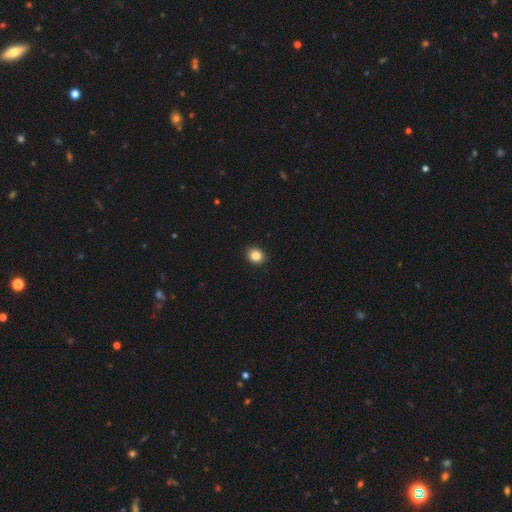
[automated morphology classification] Smooth or featured?
  - smooth: 86% *
  - star or artifact: 10%
  - featured or disk: 4%
How rounded?
  - round: 74% *
  - in between: 25%
  - cigar-shaped: 1%
Merging?
  - none: 91% *
  - minor disturbance: 6%
  - major disturbance: 2%
  - merger: 1%